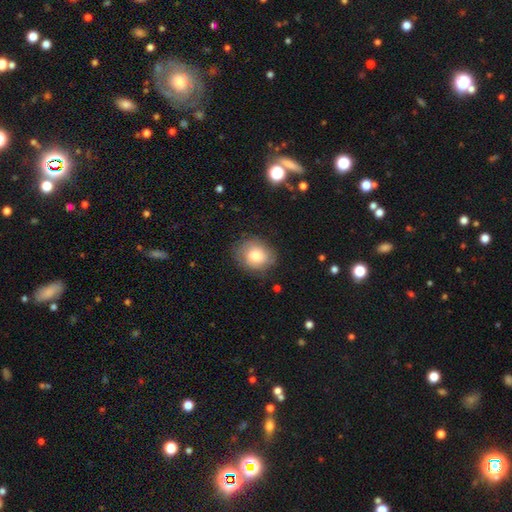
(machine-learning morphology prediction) Smooth or featured? Predicted: smooth (p=0.72). How rounded? Predicted: round (p=0.63). Merging? Predicted: none (p=0.74).